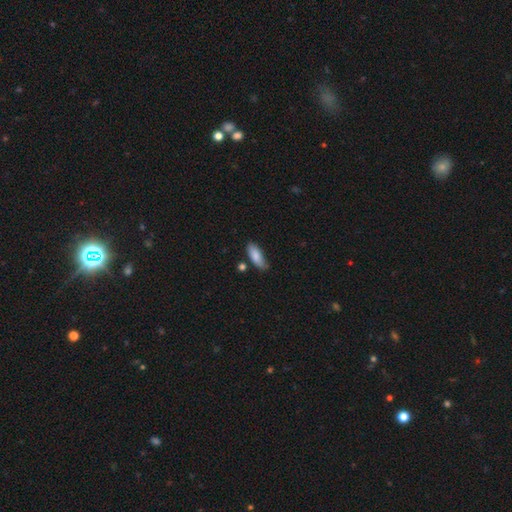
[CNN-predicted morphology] smooth_or_featured: smooth (p=0.82) [alt: featured or disk p=0.11]
how_rounded: in between (p=0.73) [alt: cigar-shaped p=0.25]
merging: none (p=0.62) [alt: minor disturbance p=0.28]